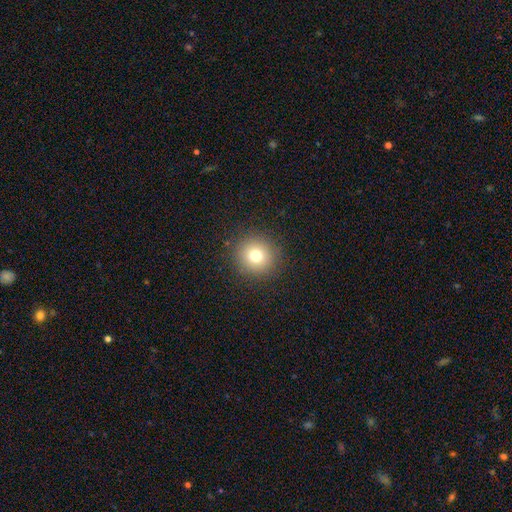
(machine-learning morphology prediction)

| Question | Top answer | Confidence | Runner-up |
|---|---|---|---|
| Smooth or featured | smooth | 76% | star or artifact (14%) |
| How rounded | round | 93% | in between (6%) |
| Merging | none | 90% | minor disturbance (6%) |